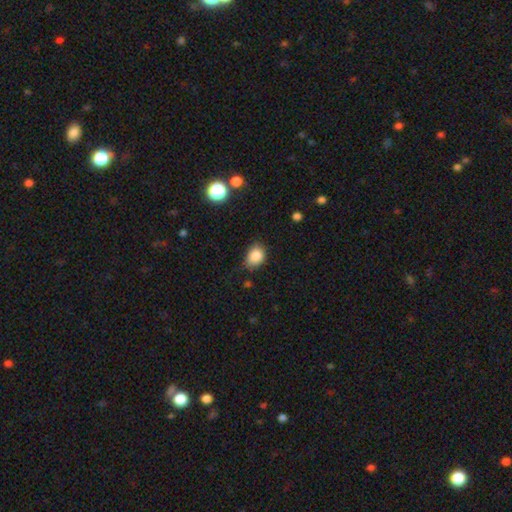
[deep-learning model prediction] smooth_or_featured: smooth (p=0.85) [alt: star or artifact p=0.10]
how_rounded: in between (p=0.62) [alt: round p=0.37]
merging: none (p=0.68) [alt: minor disturbance p=0.26]